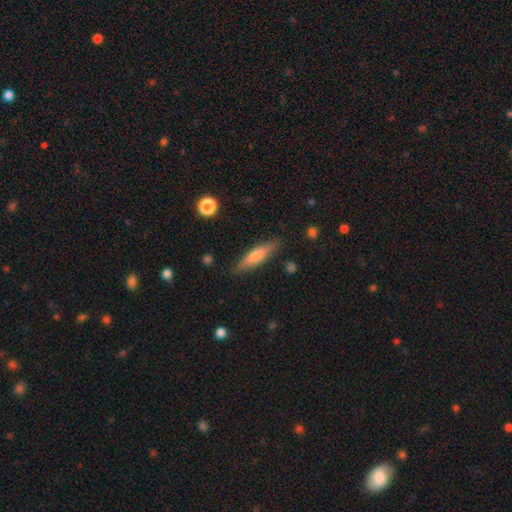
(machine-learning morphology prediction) This is possibly a smooth galaxy (54%). How rounded: likely cigar-shaped (76%). Merging: clearly none (86%).